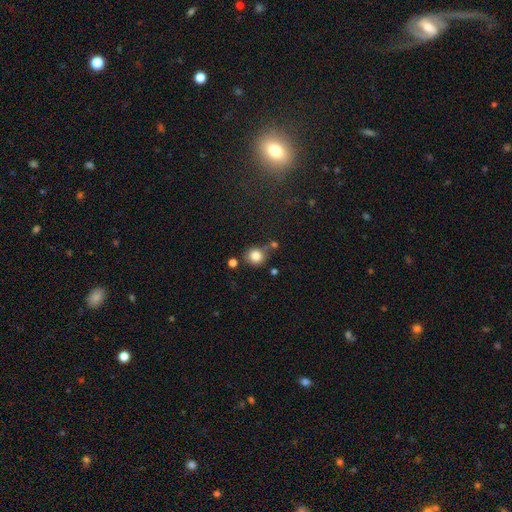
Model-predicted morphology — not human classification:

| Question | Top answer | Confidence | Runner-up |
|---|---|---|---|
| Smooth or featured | smooth | 84% | star or artifact (11%) |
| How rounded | round | 87% | in between (12%) |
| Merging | none | 72% | minor disturbance (13%) |